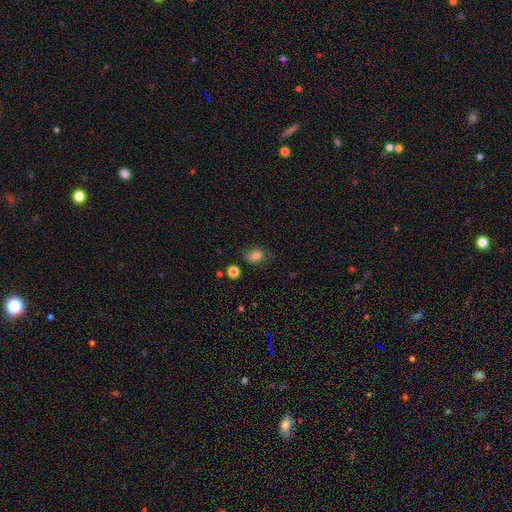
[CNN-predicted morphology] Overall: smooth (80%). How rounded: in between (61%; round 38%). Merging: none (68%).